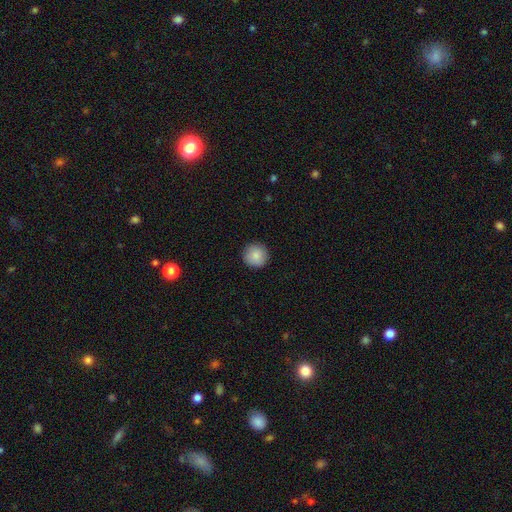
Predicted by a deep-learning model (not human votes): Smooth or featured?
  - smooth: 87% *
  - star or artifact: 8%
  - featured or disk: 6%
How rounded?
  - round: 95% *
  - in between: 4%
  - cigar-shaped: 1%
Merging?
  - none: 92% *
  - minor disturbance: 6%
  - major disturbance: 2%
  - merger: 1%